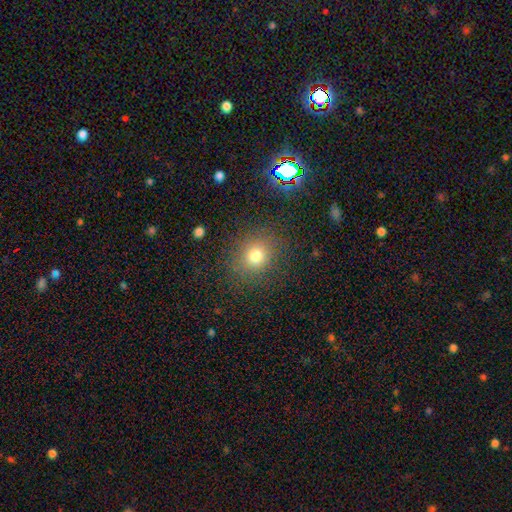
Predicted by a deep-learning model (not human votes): smooth_or_featured: smooth (p=0.76) [alt: star or artifact p=0.16]
how_rounded: round (p=0.74) [alt: in between p=0.25]
merging: none (p=0.85) [alt: minor disturbance p=0.10]